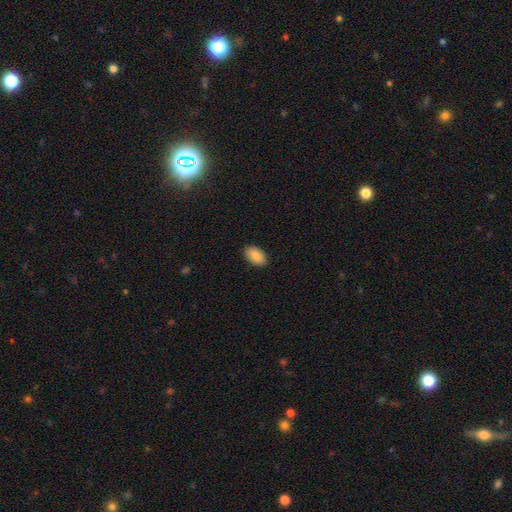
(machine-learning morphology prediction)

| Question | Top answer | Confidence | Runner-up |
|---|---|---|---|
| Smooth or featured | smooth | 88% | star or artifact (6%) |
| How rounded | in between | 94% | round (5%) |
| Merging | none | 89% | minor disturbance (8%) |